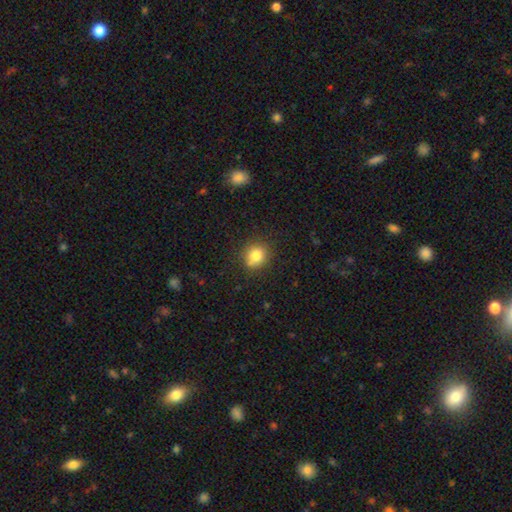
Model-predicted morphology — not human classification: This is clearly a smooth galaxy (81%). How rounded: likely round (76%). Merging: likely none (77%).